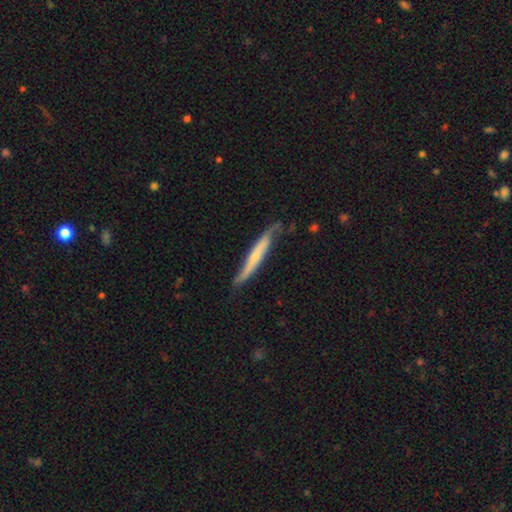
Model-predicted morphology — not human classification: A featured or disk galaxy (63%) viewed edge-on (75%).

Vote fractions:
- Smooth or featured? featured or disk: 63% / smooth: 32% / star or artifact: 5%
- Edge-on disk? yes: 75% / no: 25%
- Merging? none: 60% / minor disturbance: 30% / major disturbance: 8% / merger: 2%